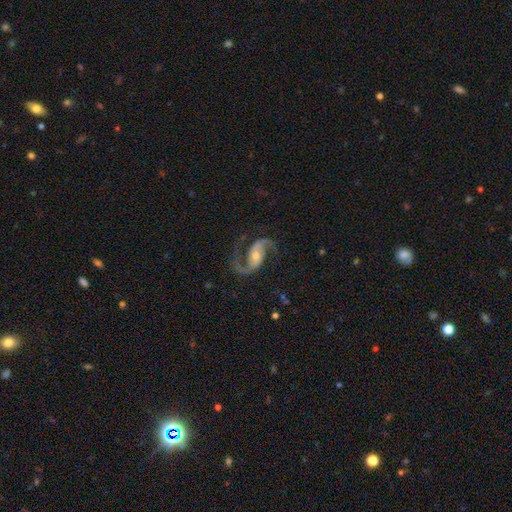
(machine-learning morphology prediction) Smooth or featured: featured or disk — 92% (star or artifact — 4%)
Edge-on disk: no — 98% (yes — 2%)
Bar: no — 39% (weak — 36%)
Spiral arms: yes — 98% (no — 2%)
Spiral winding: medium — 46% (loose — 45%)
Spiral arm count: 2 — 94% (1 — 2%)
Bulge size: moderate — 51% (small — 43%)
Merging: none — 77% (minor disturbance — 13%)